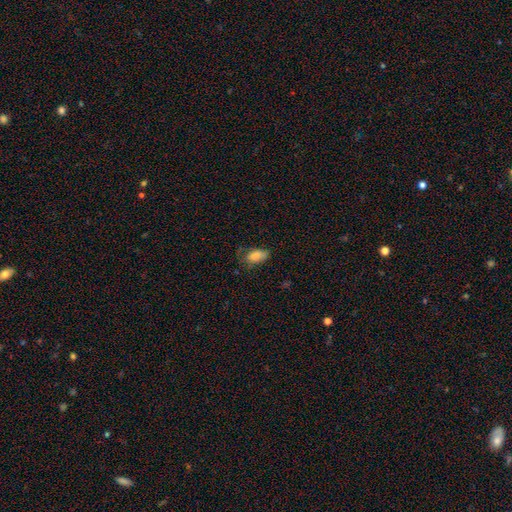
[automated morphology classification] Q: Smooth or featured?
A: smooth (82%); runner-up: featured or disk (10%)
Q: How rounded?
A: in between (90%); runner-up: cigar-shaped (6%)
Q: Merging?
A: none (53%); runner-up: minor disturbance (32%)